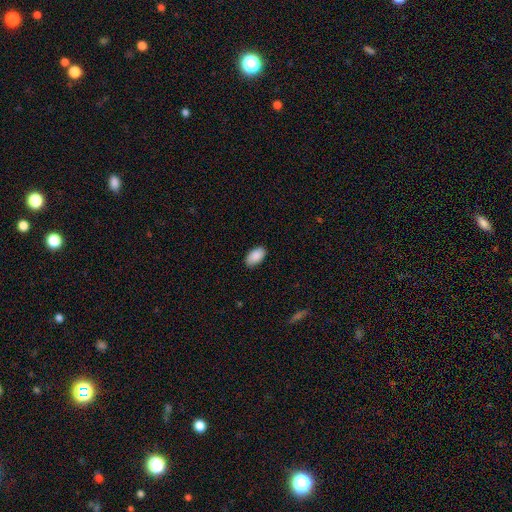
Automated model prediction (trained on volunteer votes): Smooth or featured: smooth — 90% (star or artifact — 6%)
How rounded: in between — 95% (round — 4%)
Merging: none — 86% (minor disturbance — 11%)